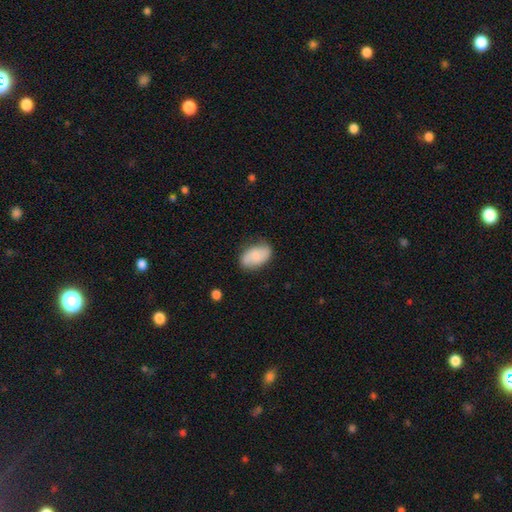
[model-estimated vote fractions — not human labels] A smooth galaxy with no disk features (69%) that is in between round and cigar-shaped (92%).

Vote fractions:
- Smooth or featured? smooth: 69% / featured or disk: 24% / star or artifact: 7%
- How rounded? in between: 92% / round: 6% / cigar-shaped: 2%
- Merging? none: 74% / minor disturbance: 20% / major disturbance: 4% / merger: 2%